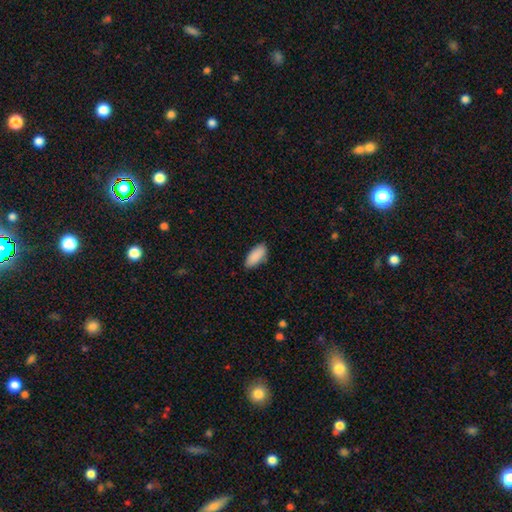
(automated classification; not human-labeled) Smooth or featured? smooth (90%)
How rounded? in between (88%)
Merging? none (81%)